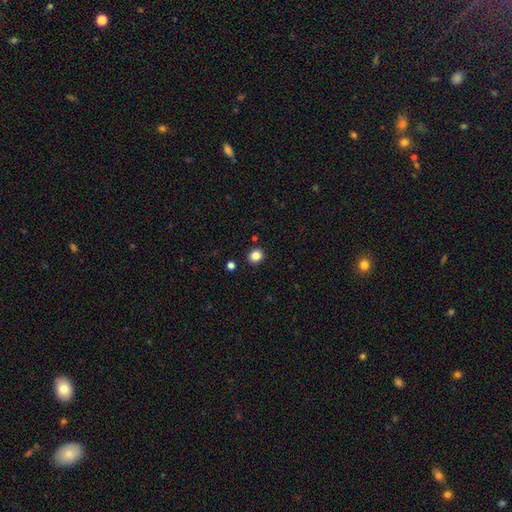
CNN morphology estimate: Smooth or featured? Predicted: smooth (p=0.84). How rounded? Predicted: round (p=0.79). Merging? Predicted: none (p=0.90).